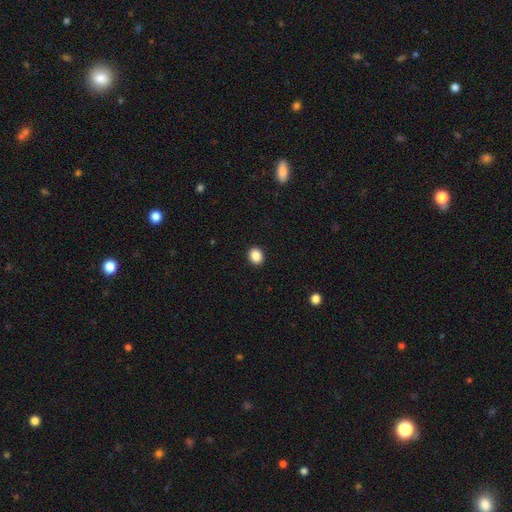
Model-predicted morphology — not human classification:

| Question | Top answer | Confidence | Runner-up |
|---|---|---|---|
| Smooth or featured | smooth | 88% | star or artifact (9%) |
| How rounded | round | 59% | in between (40%) |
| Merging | none | 92% | minor disturbance (5%) |